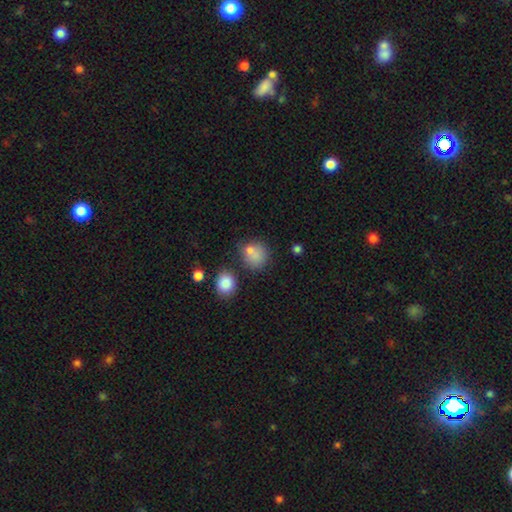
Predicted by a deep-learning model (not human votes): Smooth or featured?
  - smooth: 78% *
  - star or artifact: 13%
  - featured or disk: 9%
How rounded?
  - round: 78% *
  - in between: 21%
  - cigar-shaped: 1%
Merging?
  - none: 58% *
  - minor disturbance: 18%
  - merger: 16%
  - major disturbance: 8%